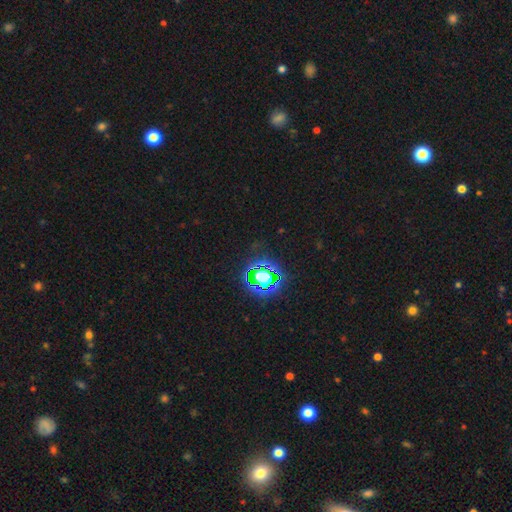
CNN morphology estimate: This appears to be a star or artifact, not a galaxy (79%).